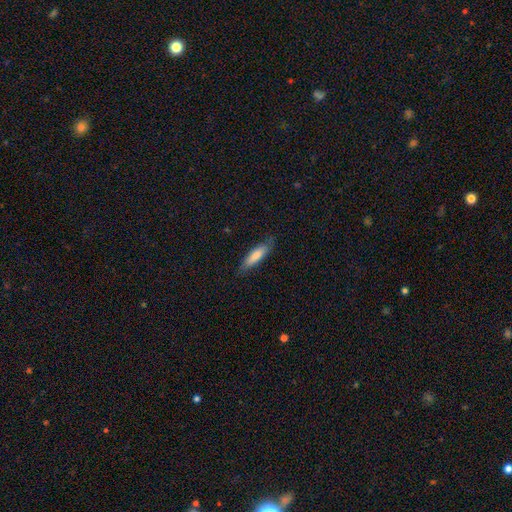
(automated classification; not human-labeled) smooth-or-featured: smooth: 79% | featured or disk: 16% | star or artifact: 6%
  how-rounded: cigar-shaped: 66% | in between: 32% | round: 1%
  merging: none: 80% | minor disturbance: 16% | major disturbance: 3% | merger: 1%